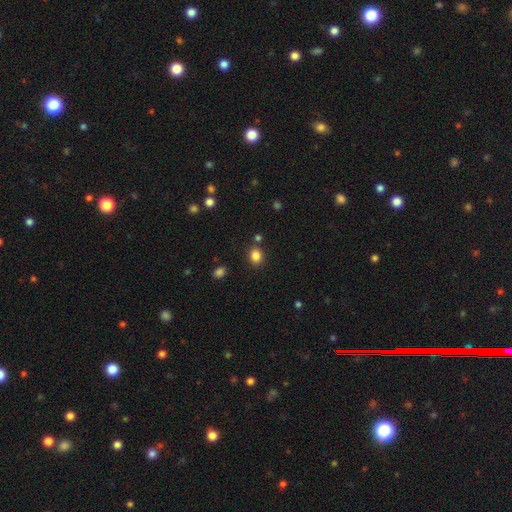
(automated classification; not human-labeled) Smooth or featured? Predicted: smooth (p=0.84). How rounded? Predicted: round (p=0.58). Merging? Predicted: none (p=0.83).